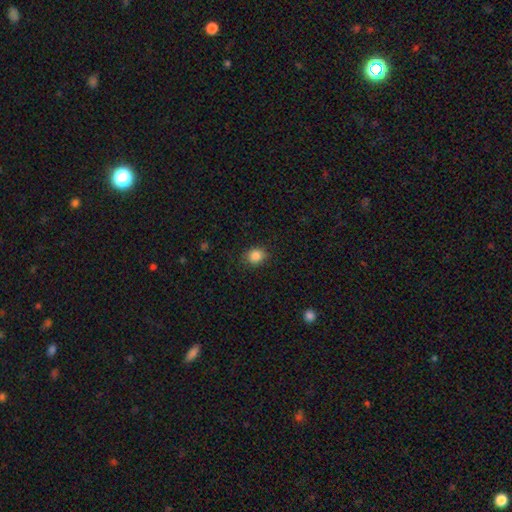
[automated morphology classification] smooth_or_featured: smooth (p=0.86) [alt: star or artifact p=0.10]
how_rounded: round (p=0.69) [alt: in between p=0.31]
merging: none (p=0.85) [alt: minor disturbance p=0.11]